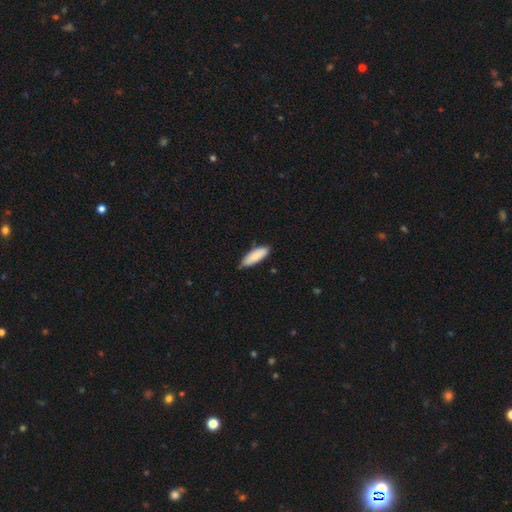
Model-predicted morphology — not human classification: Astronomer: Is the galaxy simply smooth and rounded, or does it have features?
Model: smooth — 87%.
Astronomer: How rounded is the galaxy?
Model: in between — 56% (runner-up: cigar-shaped, 43%).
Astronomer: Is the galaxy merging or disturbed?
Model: none — 77%.